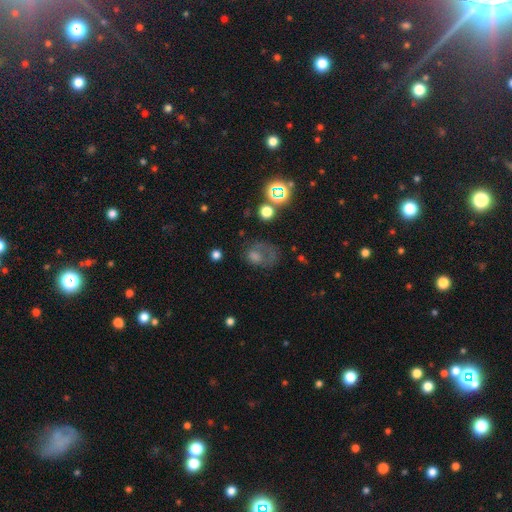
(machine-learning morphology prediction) type=smooth (42%); merging=none (41%).